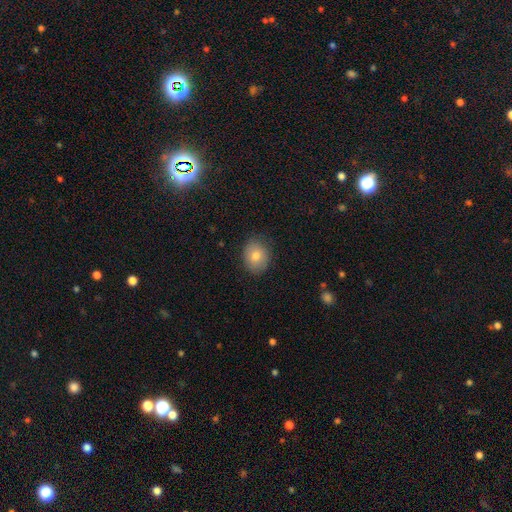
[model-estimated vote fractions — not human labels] Smooth or featured? Predicted: smooth (p=0.78). How rounded? Predicted: round (p=0.59). Merging? Predicted: none (p=0.84).